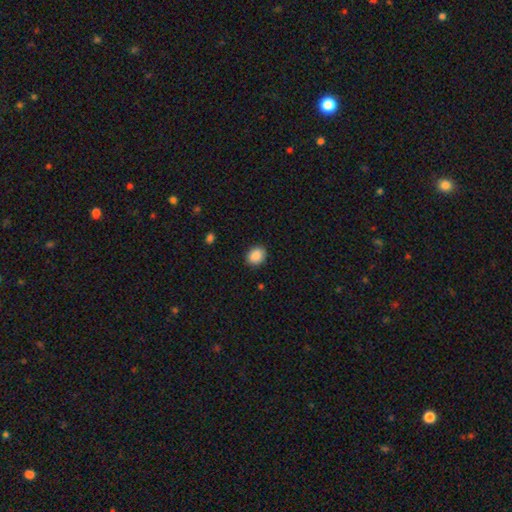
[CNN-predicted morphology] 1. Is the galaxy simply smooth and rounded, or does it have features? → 89% smooth, 8% star or artifact, 3% featured or disk.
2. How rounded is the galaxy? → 51% round, 48% in between, 1% cigar-shaped.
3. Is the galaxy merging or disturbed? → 89% none, 8% minor disturbance, 2% major disturbance, 1% merger.